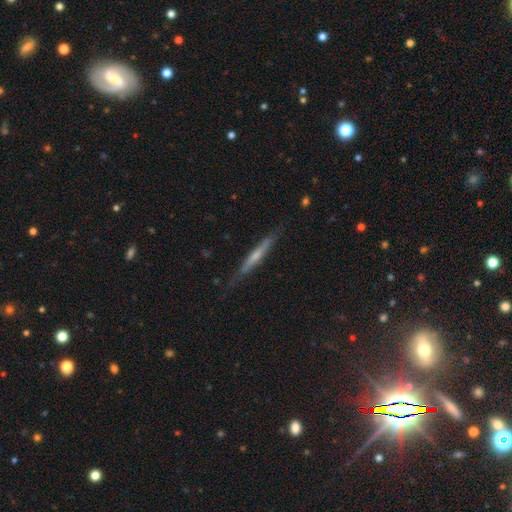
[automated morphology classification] type=featured or disk (53%); edge-on=yes (93%); merging=none (76%).